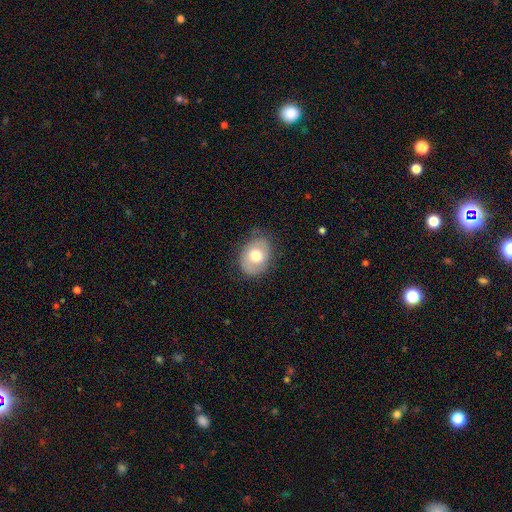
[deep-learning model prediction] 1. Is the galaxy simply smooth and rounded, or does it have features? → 63% smooth, 30% featured or disk, 7% star or artifact.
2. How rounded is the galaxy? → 60% in between, 39% round, 1% cigar-shaped.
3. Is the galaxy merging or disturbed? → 76% none, 18% minor disturbance, 5% major disturbance, 1% merger.